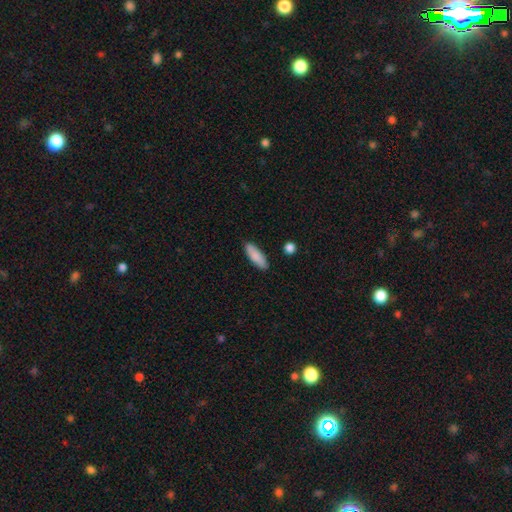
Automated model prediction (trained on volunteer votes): The model was most divided on "how rounded": in between: 51%, cigar-shaped: 48%, round: 2%. More confident: merging — none (87%); smooth or featured — smooth (86%).